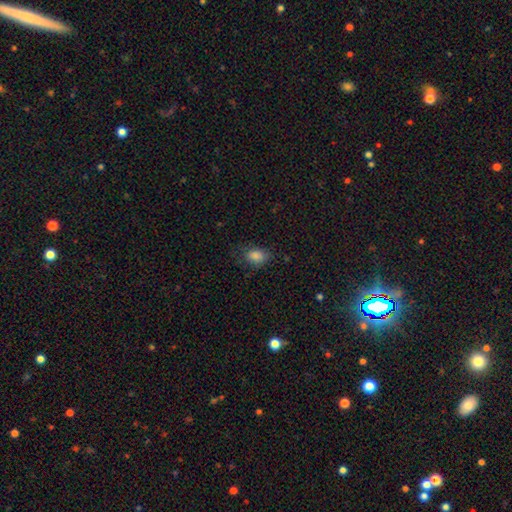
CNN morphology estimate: Smooth or featured? smooth (82%)
How rounded? in between (78%)
Merging? none (73%)